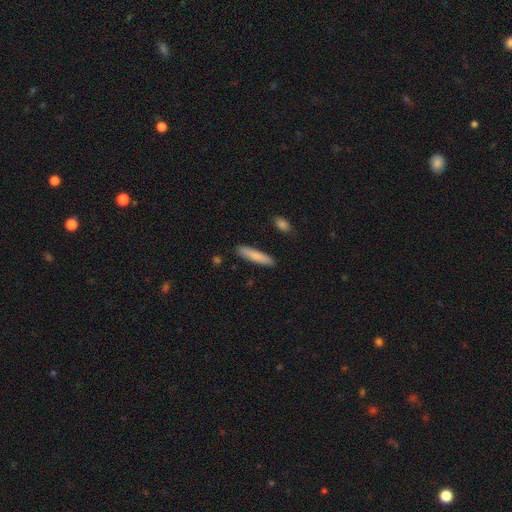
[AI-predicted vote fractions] The model was most divided on "smooth or featured": smooth: 82%, featured or disk: 12%, star or artifact: 6%. More confident: merging — none (89%); how rounded — cigar-shaped (86%).